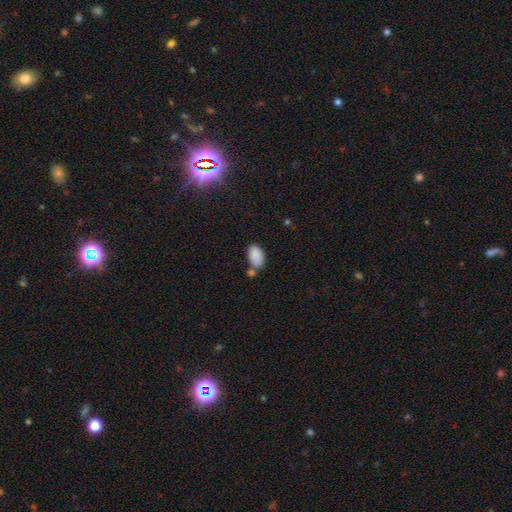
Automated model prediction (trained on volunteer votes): smooth-or-featured: smooth: 87% | star or artifact: 8% | featured or disk: 5%
  how-rounded: in between: 93% | round: 5% | cigar-shaped: 1%
  merging: none: 61% | merger: 19% | minor disturbance: 15% | major disturbance: 4%